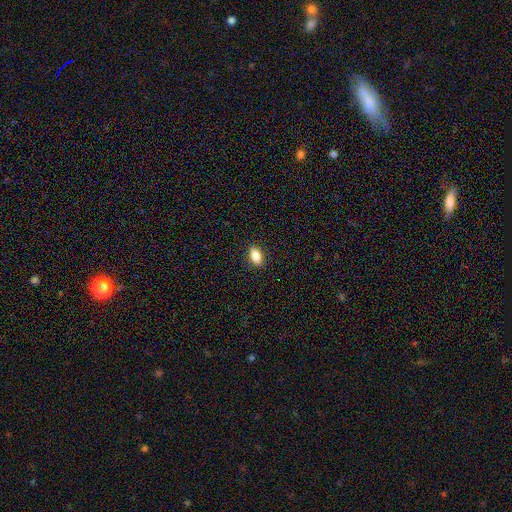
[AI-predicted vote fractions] Q: Smooth or featured?
A: smooth (84%); runner-up: star or artifact (8%)
Q: How rounded?
A: in between (89%); runner-up: round (6%)
Q: Merging?
A: none (90%); runner-up: minor disturbance (7%)